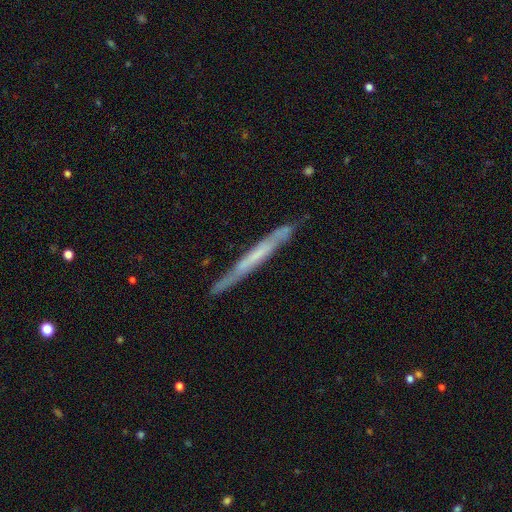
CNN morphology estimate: Smooth or featured: featured or disk — 60% (smooth — 34%)
Edge-on disk: yes — 90% (no — 10%)
Edge-on bulge: none — 80% (rounded — 11%)
Merging: none — 82% (minor disturbance — 14%)